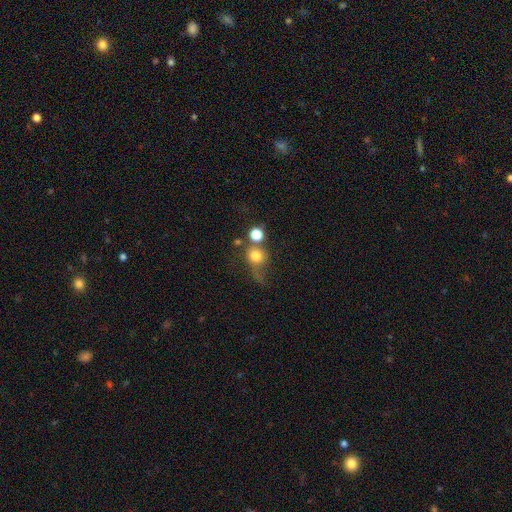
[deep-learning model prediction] Smooth or featured? smooth (72%)
How rounded? round (84%)
Merging? none (36%)